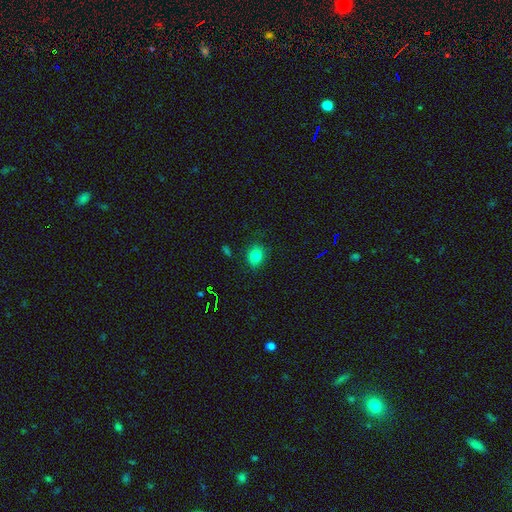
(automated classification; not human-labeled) Smooth or featured: smooth — 79% (star or artifact — 14%)
How rounded: round — 63% (in between — 36%)
Merging: none — 82% (minor disturbance — 13%)